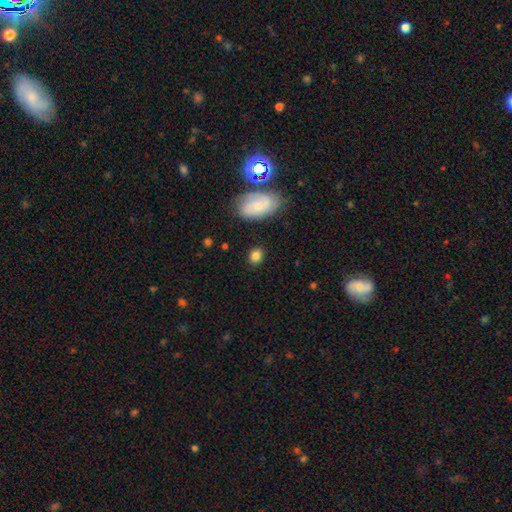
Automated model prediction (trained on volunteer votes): The model was most divided on "how rounded": in between: 55%, round: 43%, cigar-shaped: 2%. More confident: smooth or featured — smooth (83%); merging — none (82%).